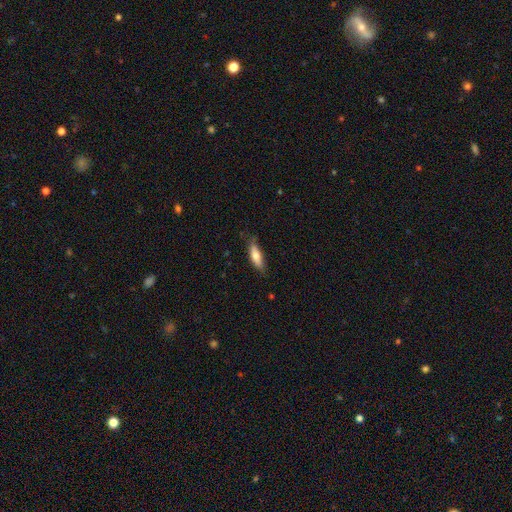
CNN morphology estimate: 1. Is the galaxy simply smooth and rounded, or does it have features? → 71% smooth, 23% featured or disk, 6% star or artifact.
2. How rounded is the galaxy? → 51% in between, 47% cigar-shaped, 2% round.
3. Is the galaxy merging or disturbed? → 73% none, 22% minor disturbance, 4% major disturbance, 1% merger.